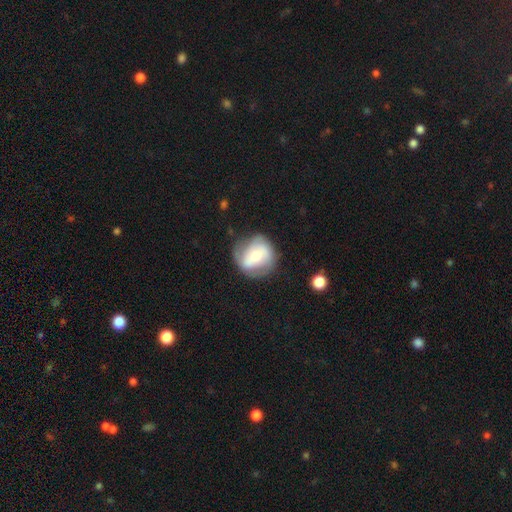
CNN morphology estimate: This is possibly a featured or disk galaxy (56%). It is clearly not viewed edge-on (97%). Bar: possibly no (49%). Spiral arm pattern: likely yes (74%). Central bulge: likely moderate (62%). Merging: likely none (62%).